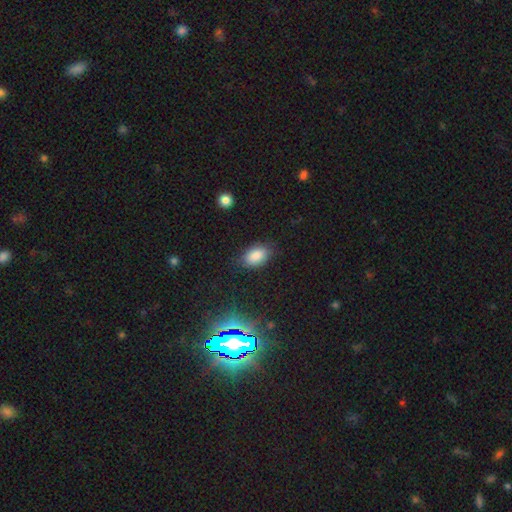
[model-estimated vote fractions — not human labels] A smooth galaxy with no disk features (86%) that is in between round and cigar-shaped (90%). Merging: none (81%).